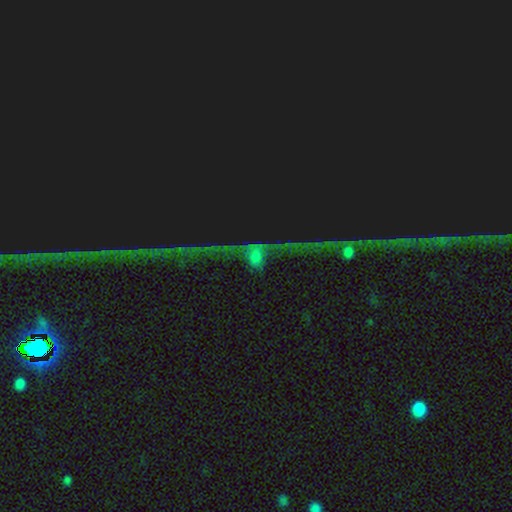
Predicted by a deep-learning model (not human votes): A featured or disk galaxy (39%).

Vote fractions:
- Smooth or featured? featured or disk: 39% / star or artifact: 38% / smooth: 23%
- Merging? none: 36% / major disturbance: 34% / minor disturbance: 15% / merger: 15%